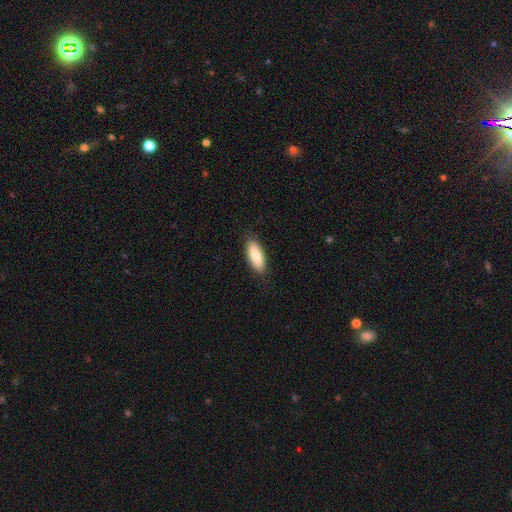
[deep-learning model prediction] A smooth galaxy with no disk features (85%) that is in between round and cigar-shaped (77%). Merging: none (86%).